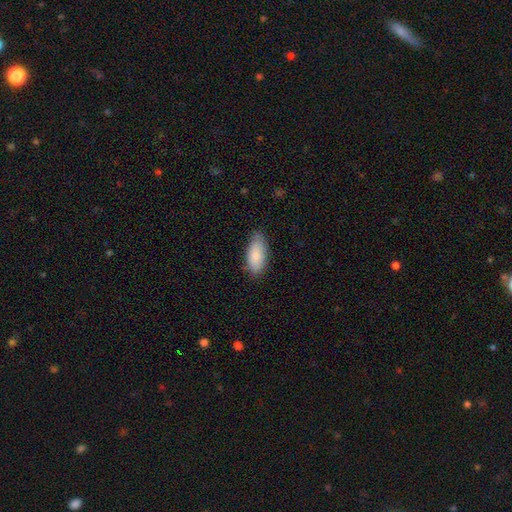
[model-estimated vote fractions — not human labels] This is clearly a smooth galaxy (87%). How rounded: clearly in between (88%). Merging: likely none (76%).